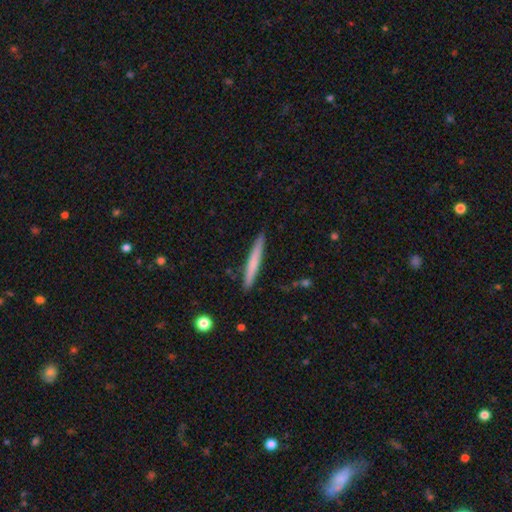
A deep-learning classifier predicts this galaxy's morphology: Smooth or featured? smooth (65%)
How rounded? cigar-shaped (97%)
Merging? none (90%)